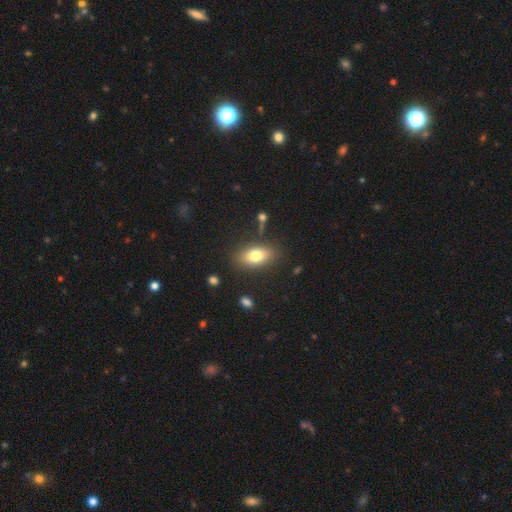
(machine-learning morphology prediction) This is likely a smooth galaxy (77%). How rounded: clearly in between (87%). Merging: clearly none (83%).